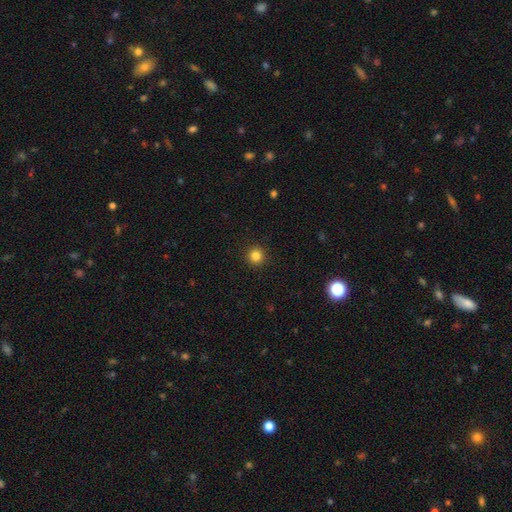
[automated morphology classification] The model was most divided on "smooth or featured": smooth: 83%, star or artifact: 12%, featured or disk: 4%. More confident: how rounded — round (95%); merging — none (93%).